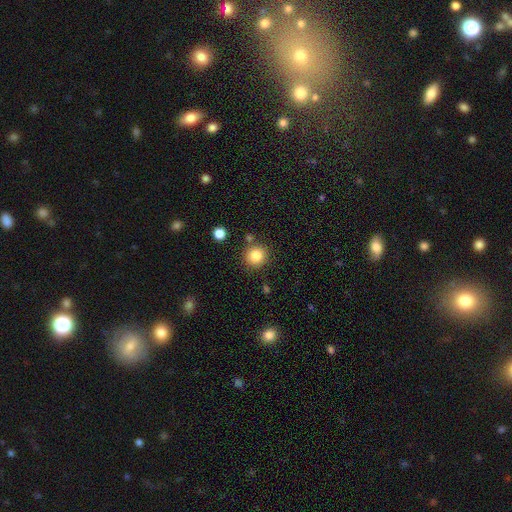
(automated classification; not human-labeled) Smooth or featured? Predicted: smooth (p=0.83). How rounded? Predicted: round (p=0.92). Merging? Predicted: none (p=0.83).